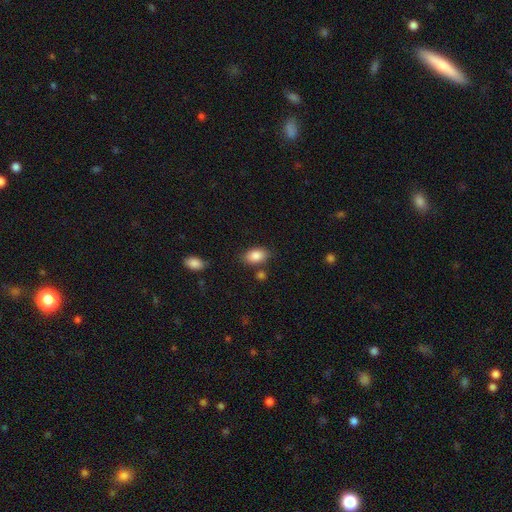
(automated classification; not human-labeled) A smooth galaxy with no disk features (87%) that is in between round and cigar-shaped (89%).

Vote fractions:
- Smooth or featured? smooth: 87% / star or artifact: 7% / featured or disk: 5%
- How rounded? in between: 89% / round: 9% / cigar-shaped: 2%
- Merging? none: 78% / minor disturbance: 13% / merger: 6% / major disturbance: 3%